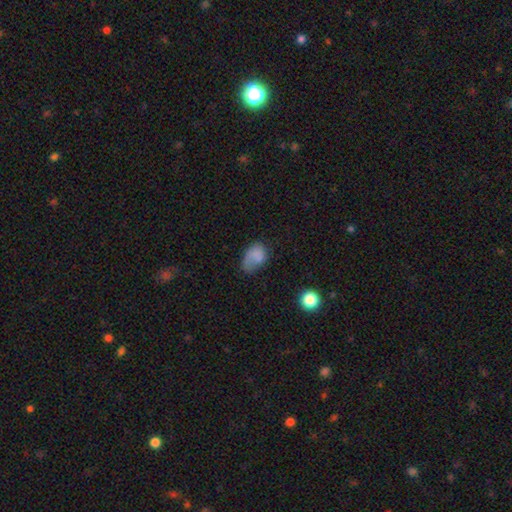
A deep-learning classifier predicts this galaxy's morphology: Smooth or featured? smooth (71%)
How rounded? in between (83%)
Merging? none (34%)